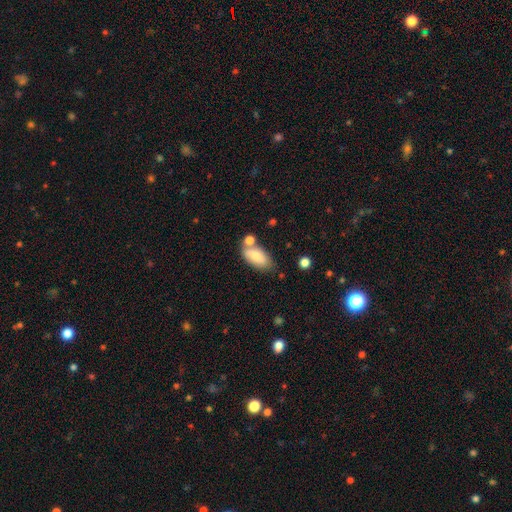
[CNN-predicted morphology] A smooth galaxy with no disk features (77%) that is in between round and cigar-shaped (91%). Merging: none (55%).